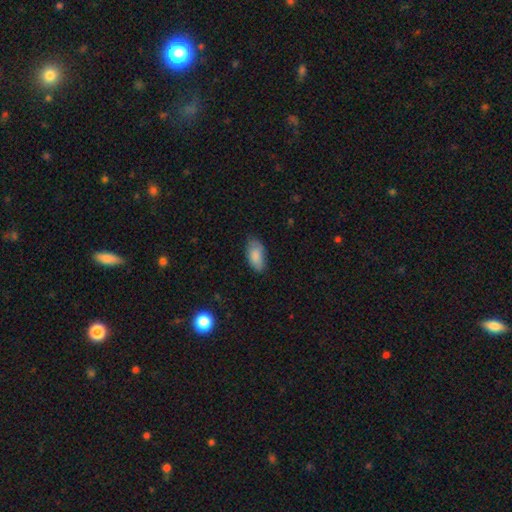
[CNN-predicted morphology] This appears to be a smooth galaxy with no disk features (85%) that is in between round and cigar-shaped (93%). Merging: none (74%).